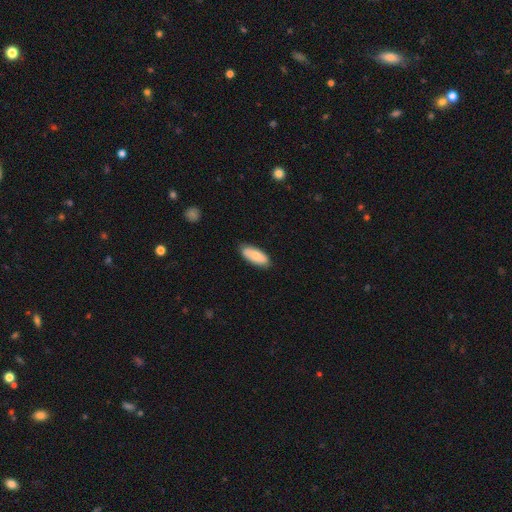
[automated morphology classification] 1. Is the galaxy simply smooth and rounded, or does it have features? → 75% smooth, 20% featured or disk, 6% star or artifact.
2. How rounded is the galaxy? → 83% in between, 15% cigar-shaped, 2% round.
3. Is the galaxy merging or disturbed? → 84% none, 13% minor disturbance, 2% major disturbance, 1% merger.